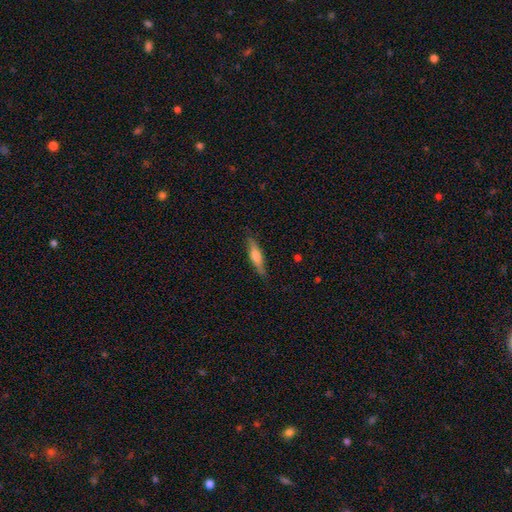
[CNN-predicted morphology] smooth-or-featured: featured or disk: 48% | smooth: 46% | star or artifact: 6%
  merging: none: 85% | minor disturbance: 12% | major disturbance: 2% | merger: 1%